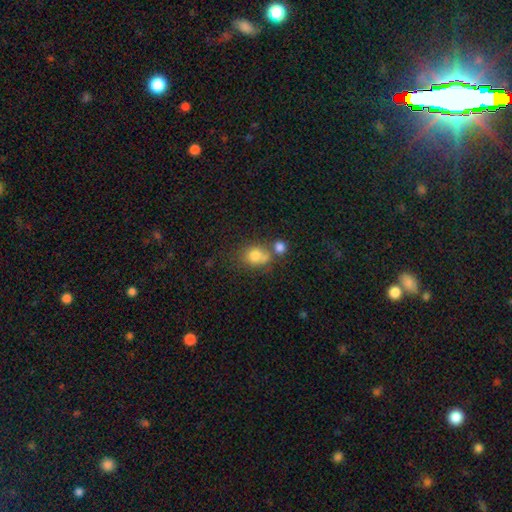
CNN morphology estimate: Smooth or featured? Predicted: smooth (p=0.77). How rounded? Predicted: round (p=0.64). Merging? Predicted: none (p=0.42).